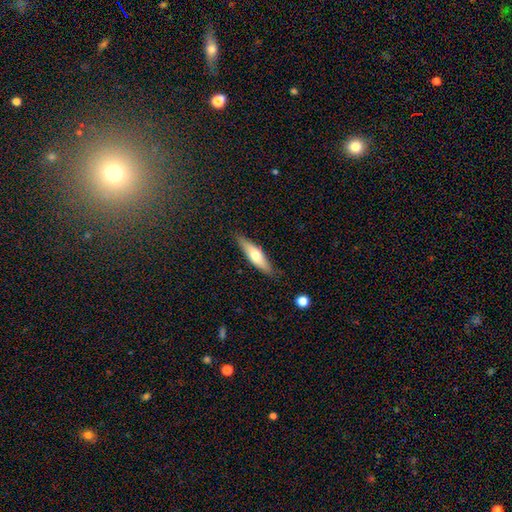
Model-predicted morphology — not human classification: Overall: smooth (57%; featured or disk 38%). How rounded: cigar-shaped (64%; in between 34%). Merging: none (83%).